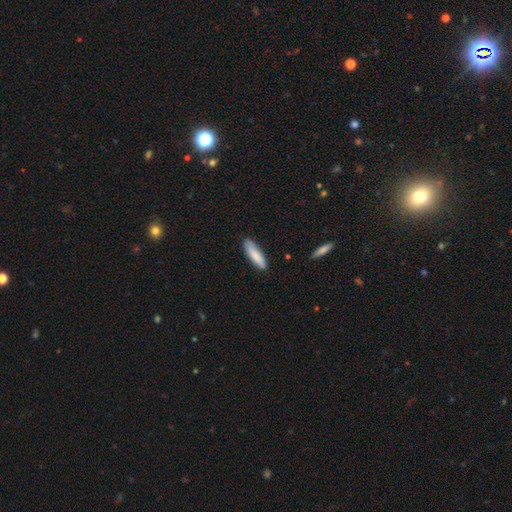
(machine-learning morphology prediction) Smooth or featured? smooth (84%)
How rounded? cigar-shaped (69%)
Merging? none (83%)